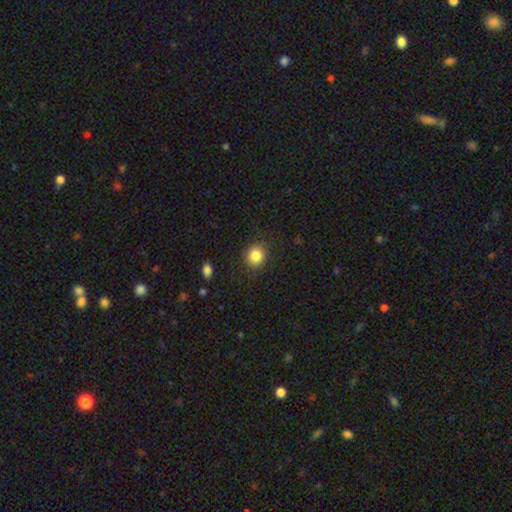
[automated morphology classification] This appears to be a smooth galaxy with no disk features (84%) that is round (80%). Merging: none (86%).